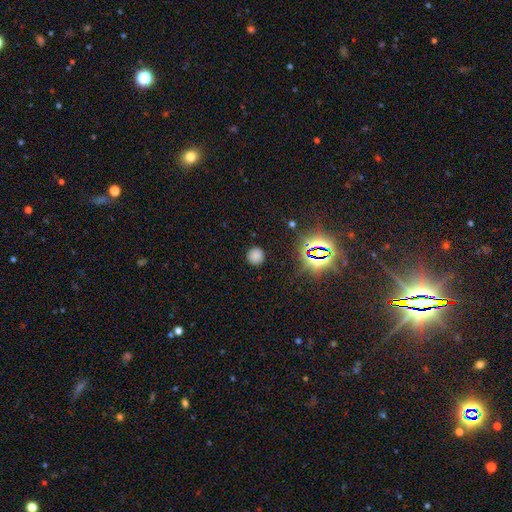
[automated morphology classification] Smooth or featured?
  - smooth: 74% *
  - star or artifact: 21%
  - featured or disk: 5%
How rounded?
  - round: 93% *
  - in between: 6%
  - cigar-shaped: 1%
Merging?
  - none: 89% *
  - minor disturbance: 7%
  - major disturbance: 3%
  - merger: 1%